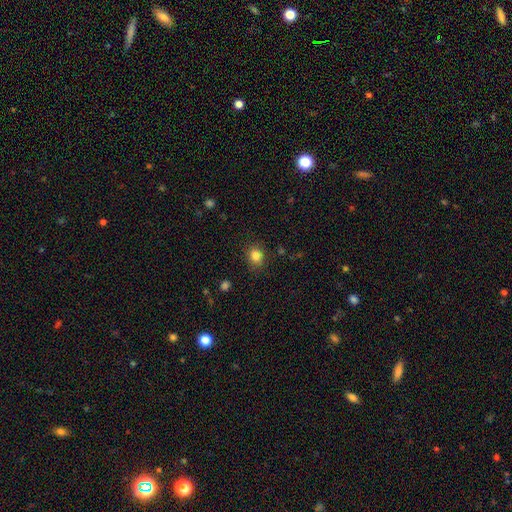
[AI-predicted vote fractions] This appears to be a smooth galaxy with no disk features (84%) that is round (71%). Merging: none (84%).